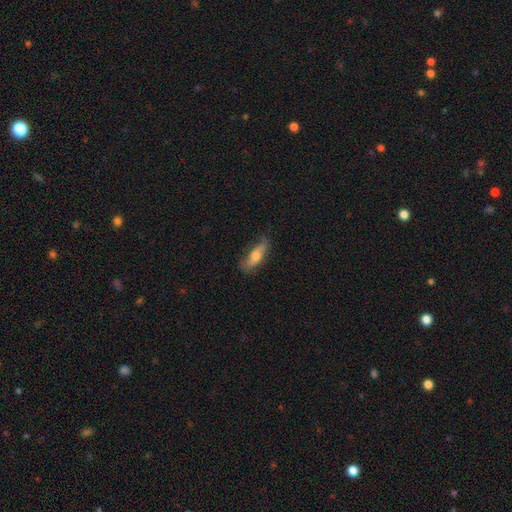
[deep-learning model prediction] The model was most divided on "how rounded": in between: 52%, cigar-shaped: 45%, round: 3%. More confident: merging — none (64%); smooth or featured — smooth (56%).